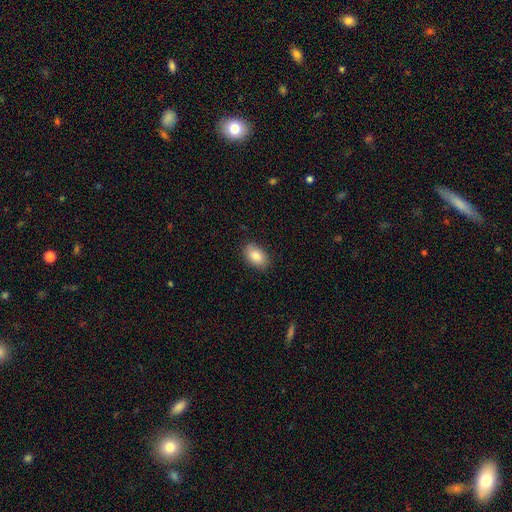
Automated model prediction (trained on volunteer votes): Smooth or featured? Predicted: smooth (p=0.85). How rounded? Predicted: in between (p=0.90). Merging? Predicted: none (p=0.86).